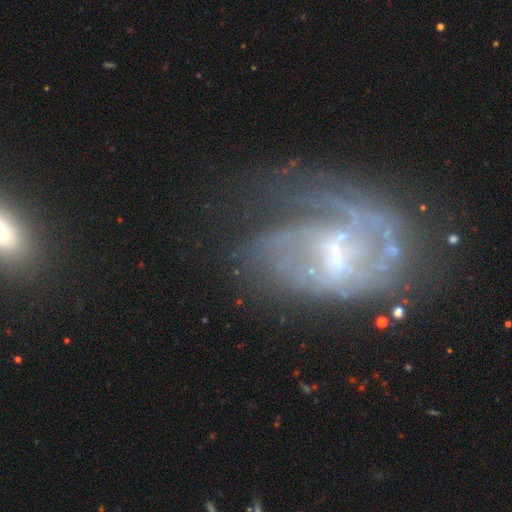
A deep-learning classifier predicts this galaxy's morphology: smooth-or-featured: featured or disk: 73% | smooth: 15% | star or artifact: 12%
  disk-edge-on: no: 96% | yes: 4%
    bar: weak: 46% | no: 36% | strong: 19%
    has-spiral-arms: yes: 66% | no: 34%
    bulge-size: small: 39% | none: 28% | moderate: 28% | large: 3% | dominant: 1%
  merging: major disturbance: 39% | none: 34% | minor disturbance: 20% | merger: 7%